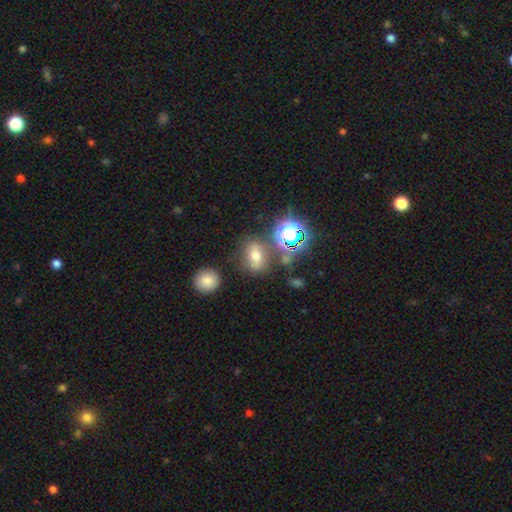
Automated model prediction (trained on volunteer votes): smooth-or-featured: smooth: 57% | star or artifact: 25% | featured or disk: 18%
  how-rounded: in between: 66% | round: 31% | cigar-shaped: 4%
  merging: none: 69% | minor disturbance: 15% | merger: 10% | major disturbance: 6%